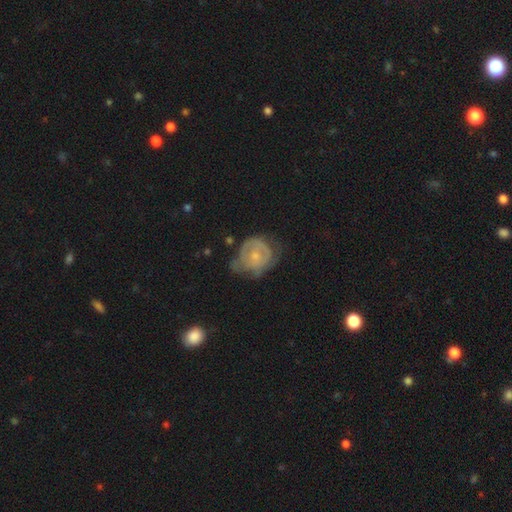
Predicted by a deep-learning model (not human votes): Smooth or featured? Predicted: featured or disk (p=0.61). Edge-on disk? Predicted: no (p=0.97). Bar? Predicted: no (p=0.73). Spiral arms? Predicted: yes (p=0.62). Bulge size? Predicted: small (p=0.55). Merging? Predicted: none (p=0.41).